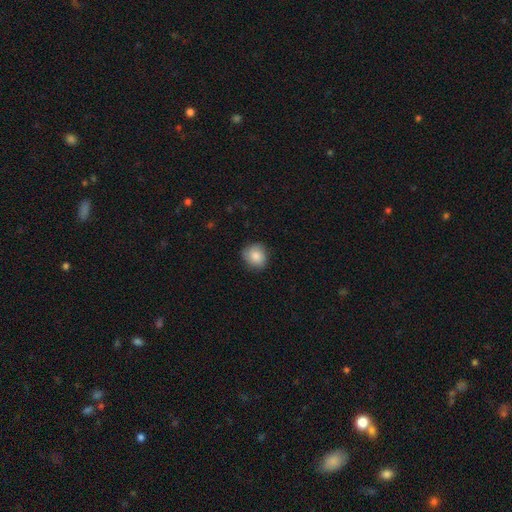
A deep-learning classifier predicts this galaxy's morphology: This appears to be a smooth galaxy with no disk features (81%) that is round (83%). Merging: none (79%).